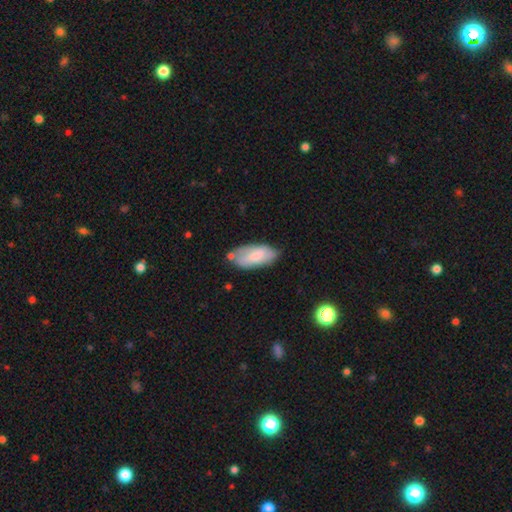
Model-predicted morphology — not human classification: This appears to be a smooth galaxy with no disk features (69%) that is in between round and cigar-shaped (90%). Merging: none (63%).